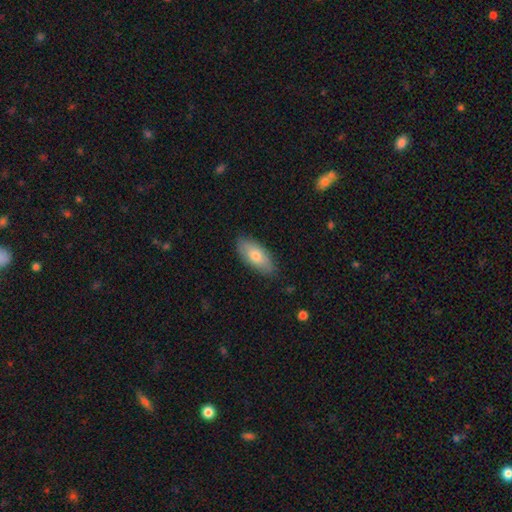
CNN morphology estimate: This is likely a smooth galaxy (74%). How rounded: clearly in between (87%). Merging: clearly none (84%).